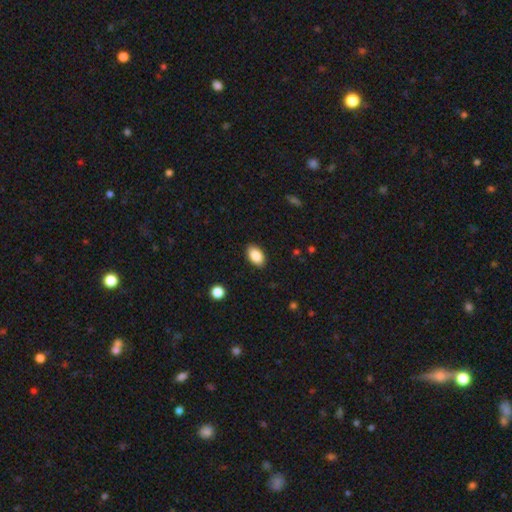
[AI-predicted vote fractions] Q: Smooth or featured?
A: smooth (87%); runner-up: star or artifact (7%)
Q: How rounded?
A: in between (93%); runner-up: round (5%)
Q: Merging?
A: none (89%); runner-up: minor disturbance (8%)